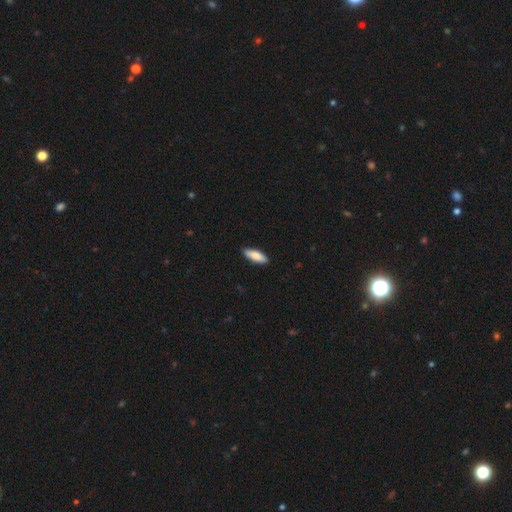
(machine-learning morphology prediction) type=smooth (85%); roundness=in between (63%); merging=none (88%).